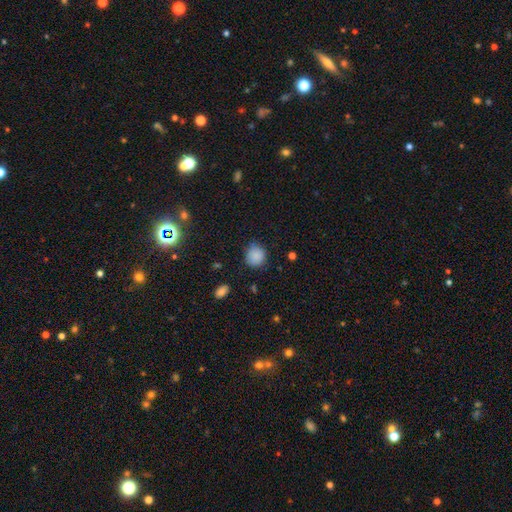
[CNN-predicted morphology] smooth_or_featured: smooth (p=0.86) [alt: star or artifact p=0.10]
how_rounded: round (p=0.84) [alt: in between p=0.15]
merging: none (p=0.79) [alt: minor disturbance p=0.16]